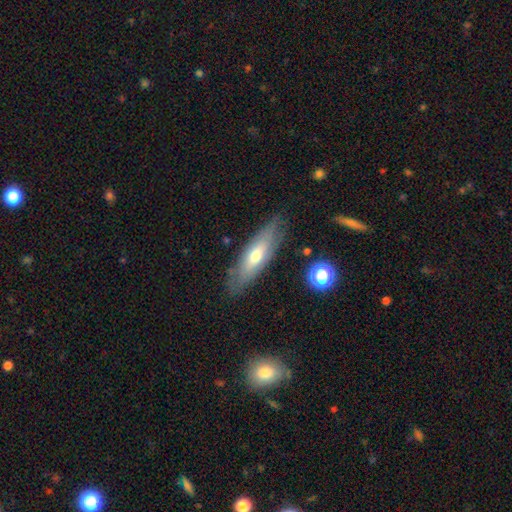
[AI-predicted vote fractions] The model was most divided on "smooth or featured": smooth: 47%, featured or disk: 46%, star or artifact: 7%. More confident: merging — none (80%).